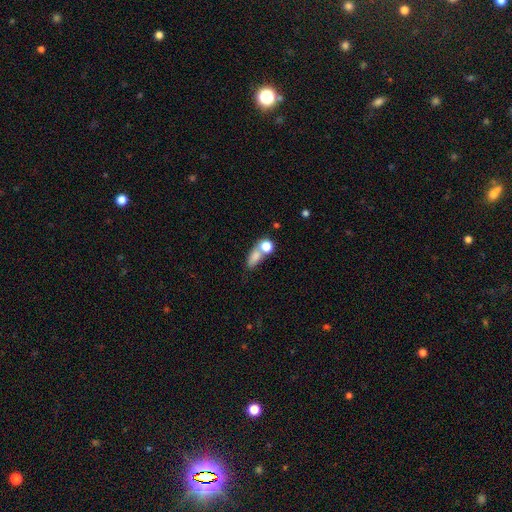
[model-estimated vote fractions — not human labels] Smooth or featured: smooth — 74% (featured or disk — 13%)
How rounded: in between — 58% (round — 31%)
Merging: merger — 42% (none — 38%)